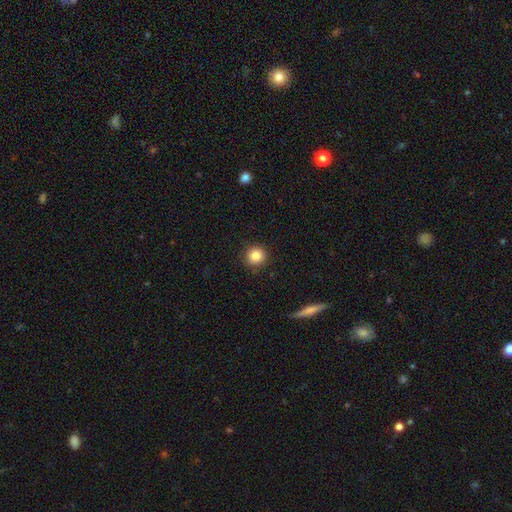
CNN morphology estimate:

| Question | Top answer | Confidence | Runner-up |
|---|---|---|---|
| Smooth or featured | smooth | 84% | star or artifact (10%) |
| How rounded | round | 94% | in between (5%) |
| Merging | none | 90% | minor disturbance (7%) |